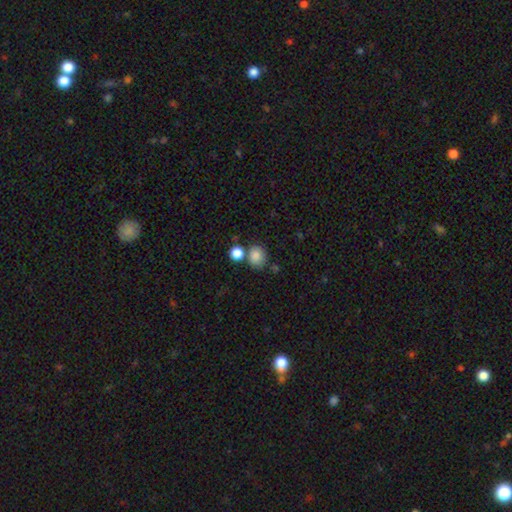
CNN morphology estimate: This is clearly a smooth galaxy (85%). How rounded: likely round (66%). Merging: likely none (62%).